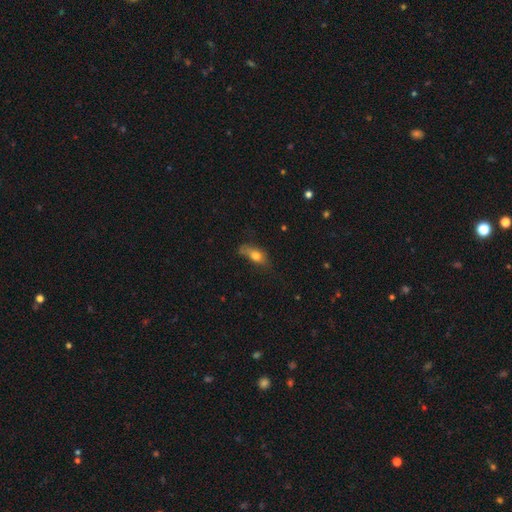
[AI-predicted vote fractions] This appears to be a smooth galaxy with no disk features (69%) that is in between round and cigar-shaped (73%). Merging: none (41%).